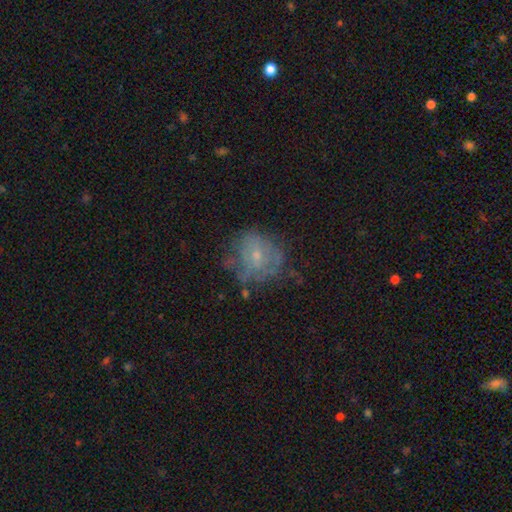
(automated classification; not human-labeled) featured or disk 51%, smooth 37%, star or artifact 12%. Down the decision tree: edge-on disk — no (97%); merging — none (54%).